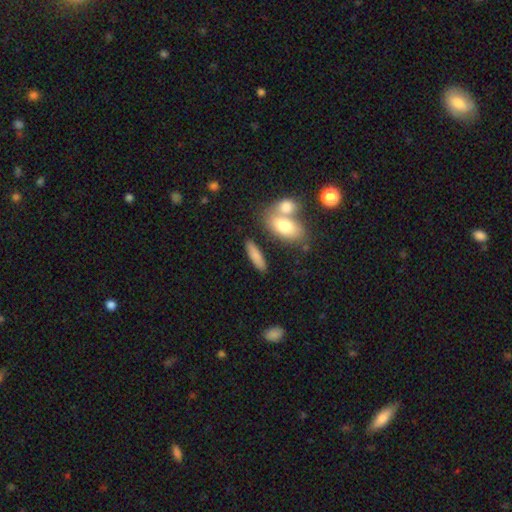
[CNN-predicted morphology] This appears to be a smooth galaxy with no disk features (79%) that is cigar-shaped (57%). Merging: none (75%).